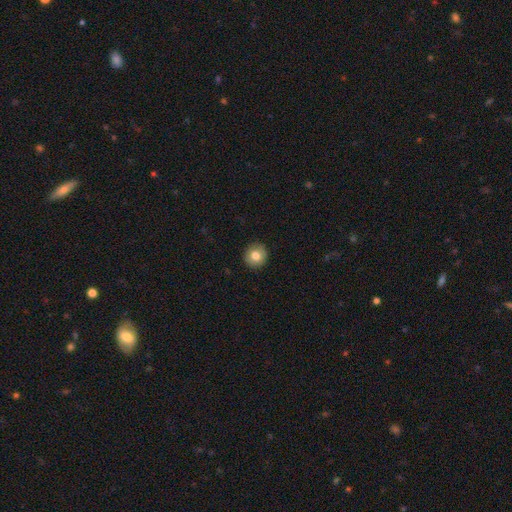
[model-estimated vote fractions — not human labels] This is likely a smooth galaxy (79%). How rounded: clearly round (92%). Merging: clearly none (92%).